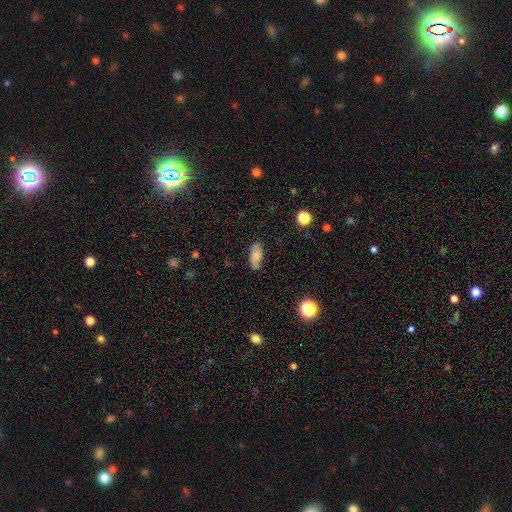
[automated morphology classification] Smooth or featured? Predicted: smooth (p=0.75). How rounded? Predicted: in between (p=0.87). Merging? Predicted: none (p=0.70).